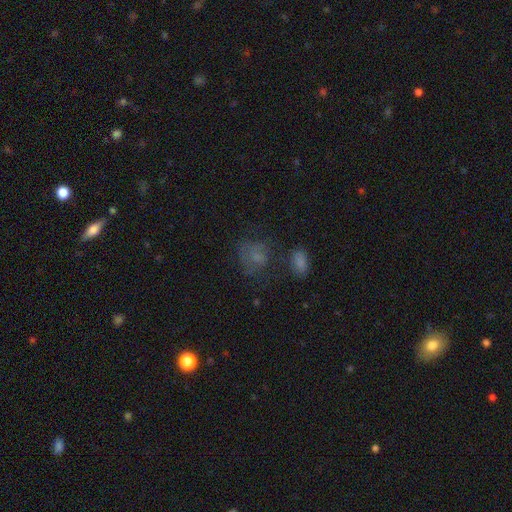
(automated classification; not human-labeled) A smooth galaxy with no disk features (58%) that is round (56%). Merging: none (46%).